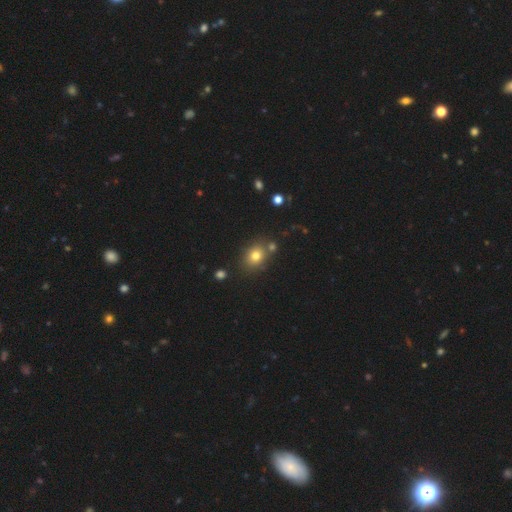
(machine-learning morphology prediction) The model was most divided on "how rounded": round: 59%, in between: 40%, cigar-shaped: 1%. More confident: smooth or featured — smooth (77%); merging — none (74%).